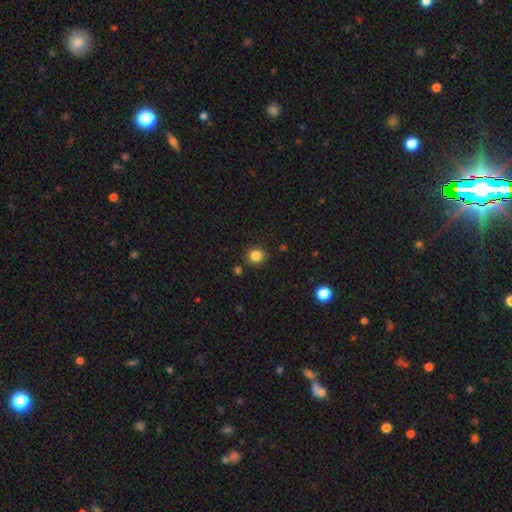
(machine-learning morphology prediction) smooth-or-featured: smooth: 84% | star or artifact: 12% | featured or disk: 4%
  how-rounded: round: 89% | in between: 10% | cigar-shaped: 1%
  merging: none: 87% | minor disturbance: 7% | merger: 3% | major disturbance: 2%